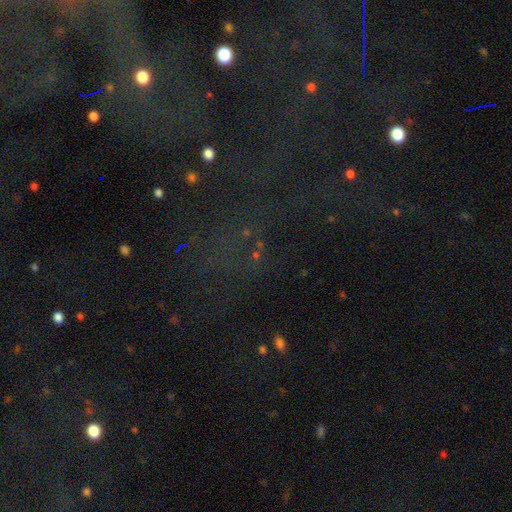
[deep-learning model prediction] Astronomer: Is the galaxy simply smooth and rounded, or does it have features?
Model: star or artifact — 59%.